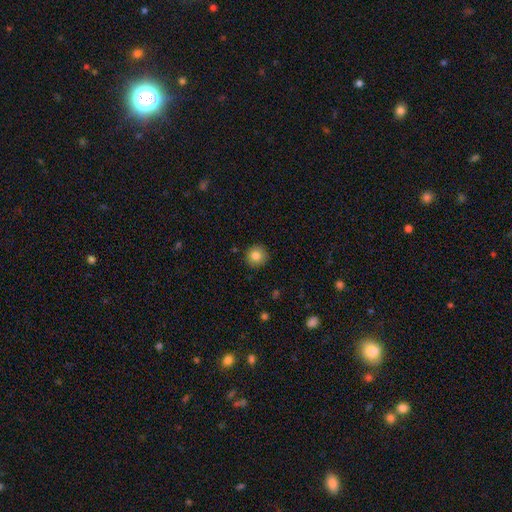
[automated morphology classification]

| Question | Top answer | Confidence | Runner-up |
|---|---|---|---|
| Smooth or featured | smooth | 82% | star or artifact (10%) |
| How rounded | round | 94% | in between (5%) |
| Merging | none | 91% | minor disturbance (6%) |